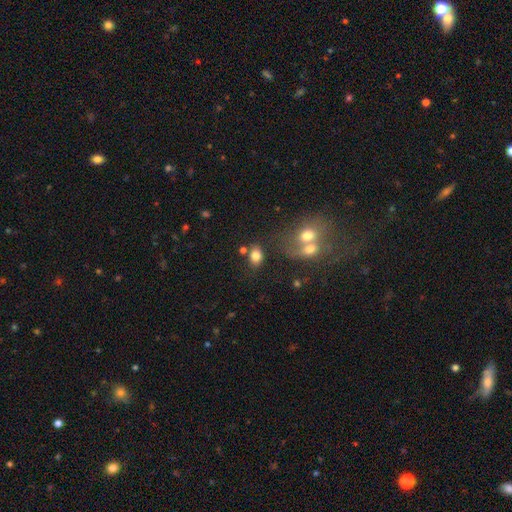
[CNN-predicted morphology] type=smooth (81%); roundness=in between (68%); merging=none (63%).